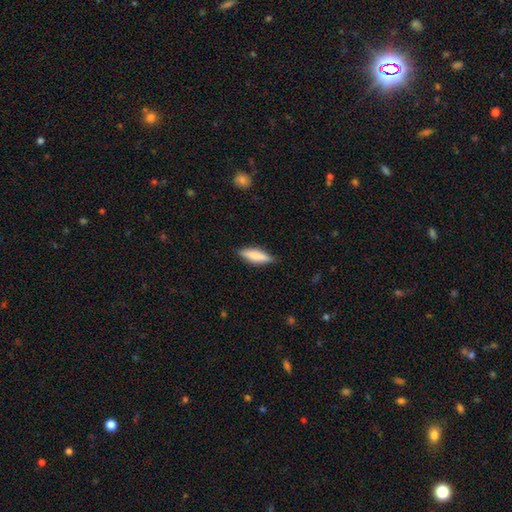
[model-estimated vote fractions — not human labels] Q: Smooth or featured?
A: smooth (78%); runner-up: featured or disk (16%)
Q: How rounded?
A: cigar-shaped (57%); runner-up: in between (42%)
Q: Merging?
A: none (84%); runner-up: minor disturbance (12%)